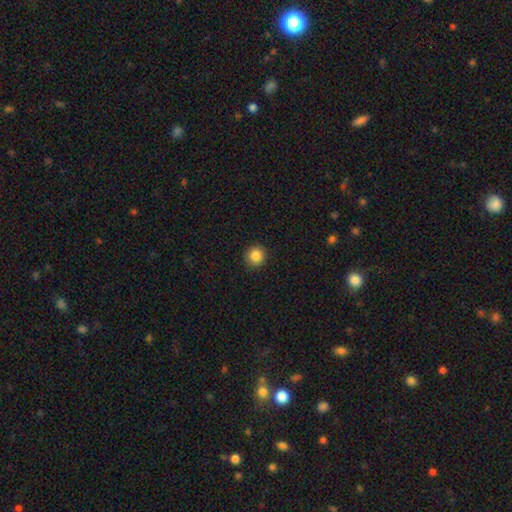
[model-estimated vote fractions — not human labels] smooth 86%, star or artifact 10%, featured or disk 4%. Down the decision tree: how rounded — round (94%); merging — none (92%).